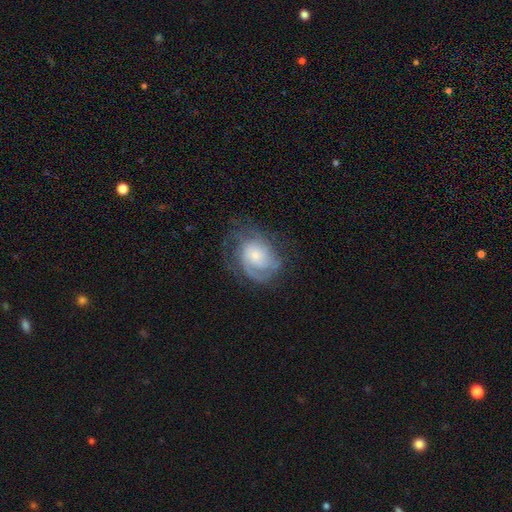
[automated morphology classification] This appears to be a featured or disk galaxy (75%) with no bar (73%), tight (53%) spiral arms (92%) and a small central bulge (50%). Merging: none (61%).